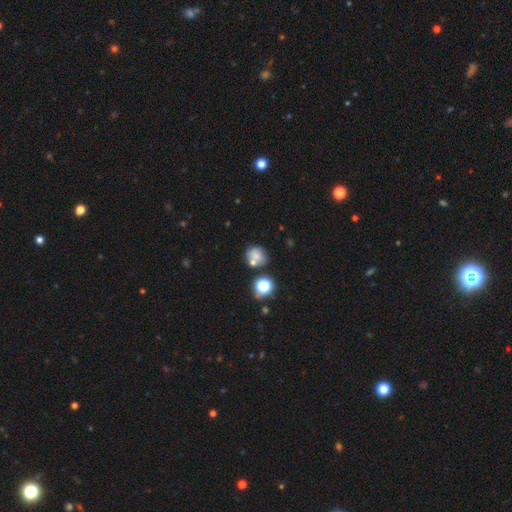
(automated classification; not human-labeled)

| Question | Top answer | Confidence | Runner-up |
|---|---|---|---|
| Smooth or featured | smooth | 67% | featured or disk (18%) |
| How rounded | round | 78% | in between (21%) |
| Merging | none | 55% | merger (24%) |